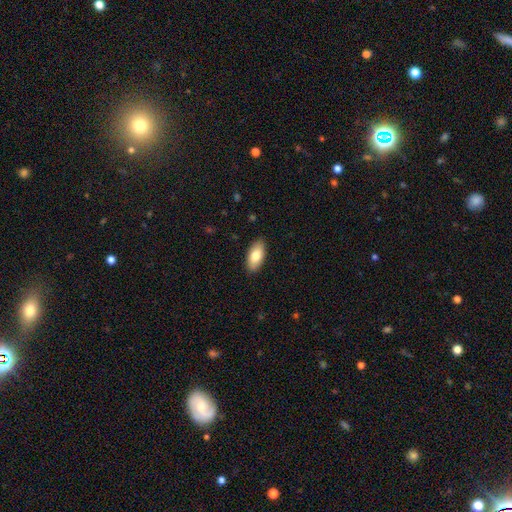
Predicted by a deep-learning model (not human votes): Morphology: type=smooth (79%); roundness=in between (91%); merging=none (89%).